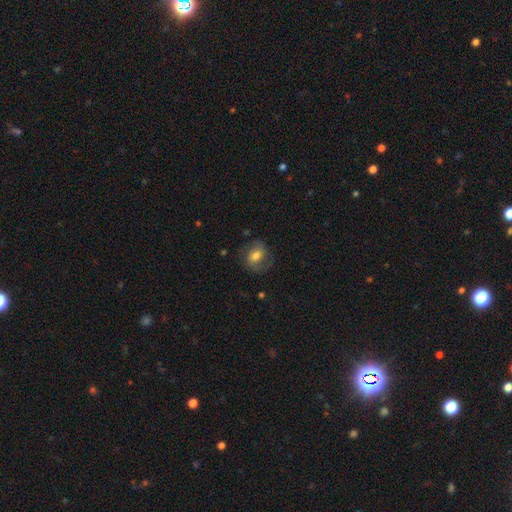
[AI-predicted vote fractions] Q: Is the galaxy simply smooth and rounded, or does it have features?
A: featured or disk — 47%.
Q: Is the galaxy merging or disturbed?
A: none — 69%.